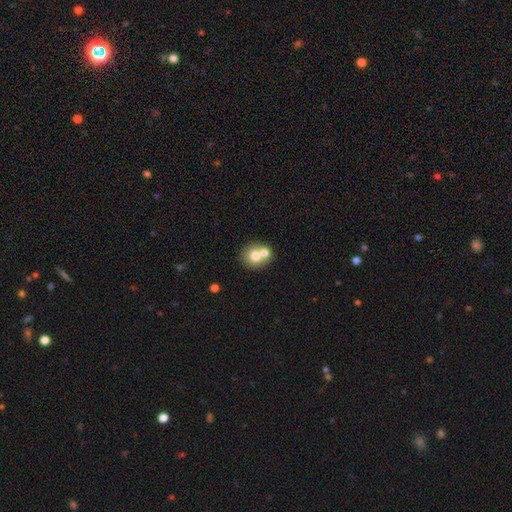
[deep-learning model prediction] Smooth or featured: smooth — 71% (featured or disk — 19%)
How rounded: round — 78% (in between — 21%)
Merging: none — 50% (merger — 40%)